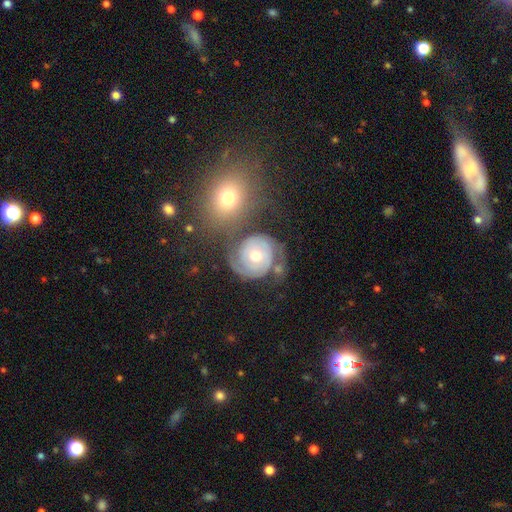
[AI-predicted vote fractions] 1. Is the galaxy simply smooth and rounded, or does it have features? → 80% featured or disk, 14% smooth, 6% star or artifact.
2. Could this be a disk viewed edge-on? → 98% no, 2% yes.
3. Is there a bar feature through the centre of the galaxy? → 75% no, 20% weak, 5% strong.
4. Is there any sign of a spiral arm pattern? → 93% yes, 7% no.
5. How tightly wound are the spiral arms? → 64% tight, 28% medium, 8% loose.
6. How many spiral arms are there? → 80% 2, 8% can't tell, 5% 1, 4% 3, 2% 4, 2% more than 4.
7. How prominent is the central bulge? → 71% moderate, 21% small, 5% large, 1% dominant, 1% none.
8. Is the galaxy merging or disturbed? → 52% none, 22% merger, 16% minor disturbance, 10% major disturbance.